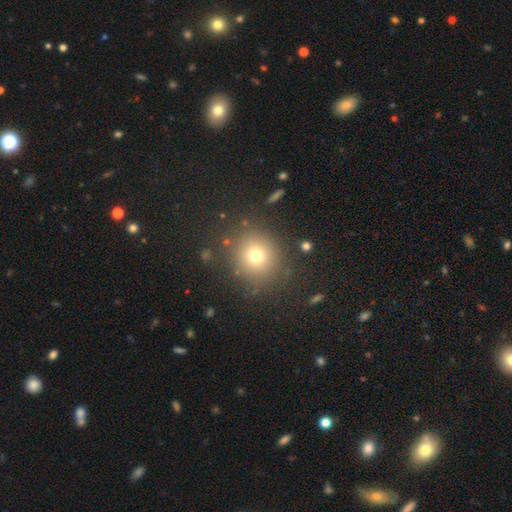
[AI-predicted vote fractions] Smooth or featured: smooth — 73% (star or artifact — 17%)
How rounded: round — 86% (in between — 13%)
Merging: none — 86% (minor disturbance — 8%)